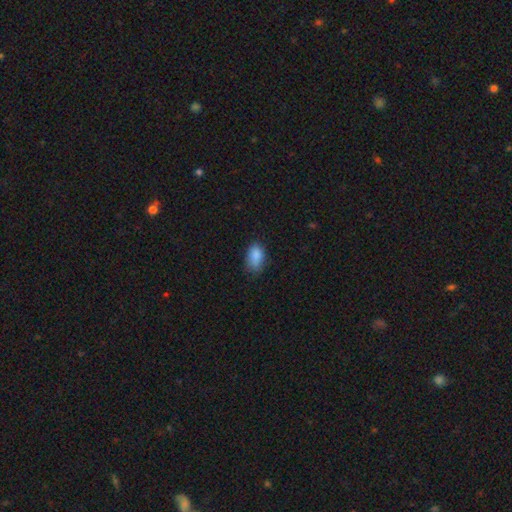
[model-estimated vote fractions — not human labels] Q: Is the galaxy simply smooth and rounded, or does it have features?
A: smooth — 86%.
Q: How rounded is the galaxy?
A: in between — 90%.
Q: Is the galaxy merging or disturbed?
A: none — 69%.